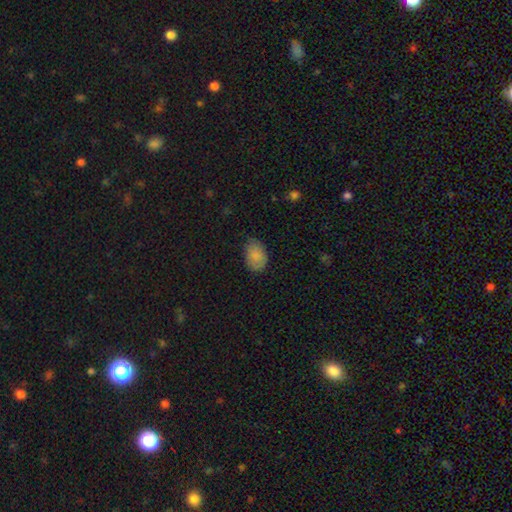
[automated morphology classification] Smooth or featured: smooth — 85% (star or artifact — 8%)
How rounded: in between — 85% (round — 14%)
Merging: none — 71% (minor disturbance — 24%)